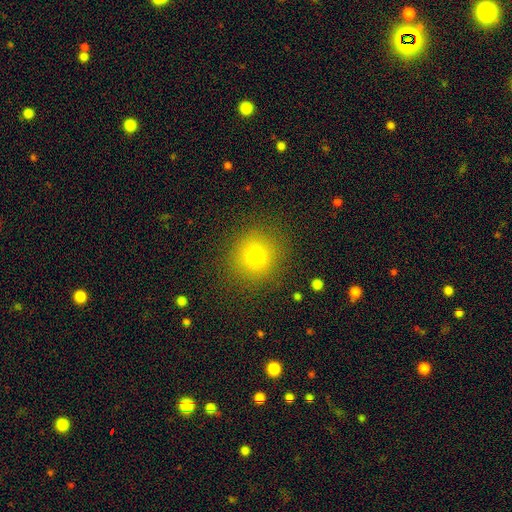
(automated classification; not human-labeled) A smooth galaxy with no disk features (76%) that is round (87%). Merging: none (87%).